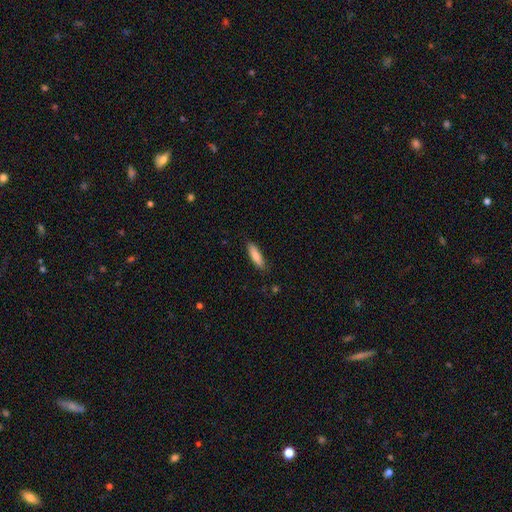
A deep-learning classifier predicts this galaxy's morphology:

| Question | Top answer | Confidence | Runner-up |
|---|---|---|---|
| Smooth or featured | smooth | 82% | featured or disk (12%) |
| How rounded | cigar-shaped | 64% | in between (35%) |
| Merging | none | 86% | minor disturbance (11%) |